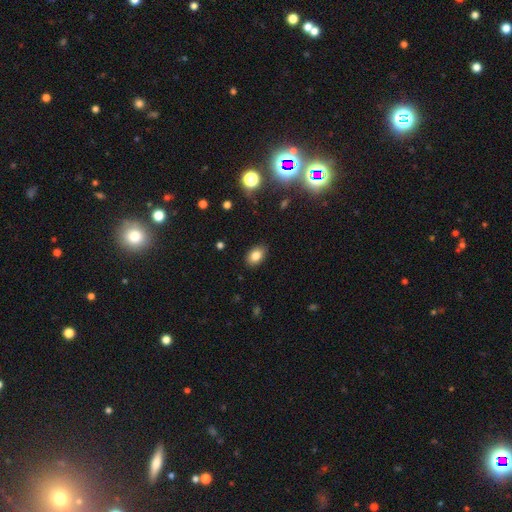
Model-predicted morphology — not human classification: This appears to be a smooth galaxy with no disk features (82%) that is in between round and cigar-shaped (83%). Merging: none (87%).